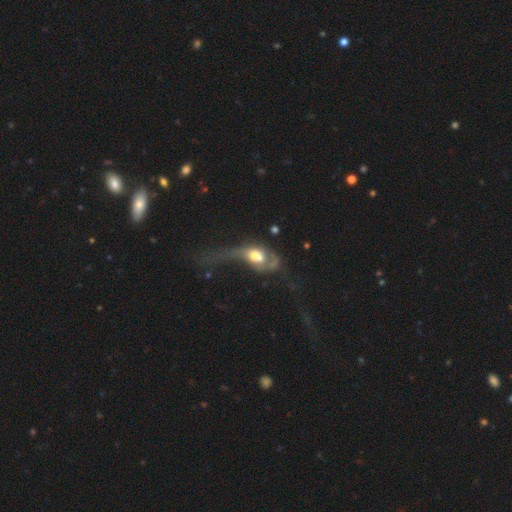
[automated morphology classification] Q: Smooth or featured?
A: featured or disk (48%); runner-up: smooth (43%)
Q: Merging?
A: major disturbance (52%); runner-up: merger (27%)